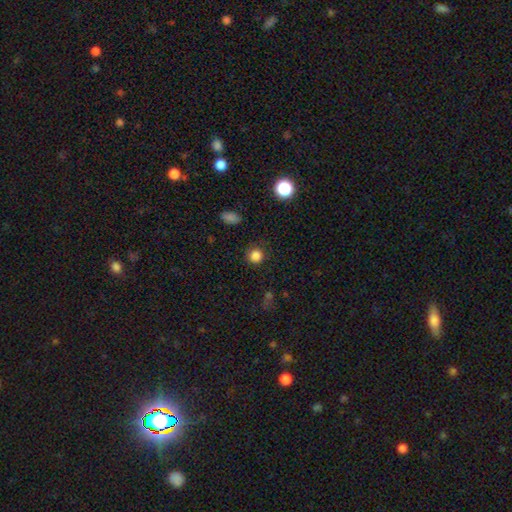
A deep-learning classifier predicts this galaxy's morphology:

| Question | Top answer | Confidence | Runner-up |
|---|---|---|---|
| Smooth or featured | smooth | 83% | star or artifact (13%) |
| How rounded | round | 92% | in between (7%) |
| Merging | none | 87% | minor disturbance (8%) |